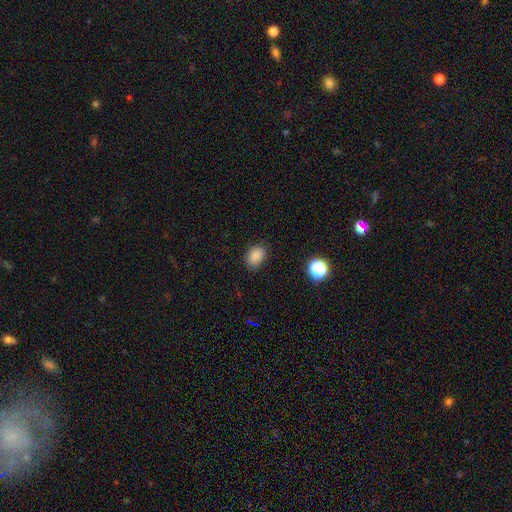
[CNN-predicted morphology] Smooth or featured? Predicted: smooth (p=0.85). How rounded? Predicted: in between (p=0.70). Merging? Predicted: none (p=0.84).